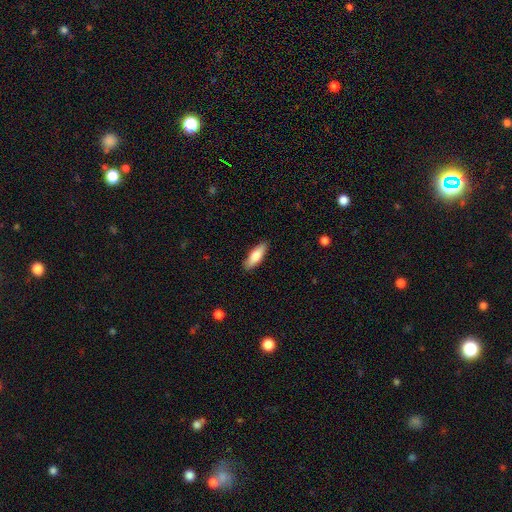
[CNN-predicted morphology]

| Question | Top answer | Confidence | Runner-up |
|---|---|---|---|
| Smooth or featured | smooth | 78% | featured or disk (17%) |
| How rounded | in between | 55% | cigar-shaped (43%) |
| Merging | none | 89% | minor disturbance (8%) |